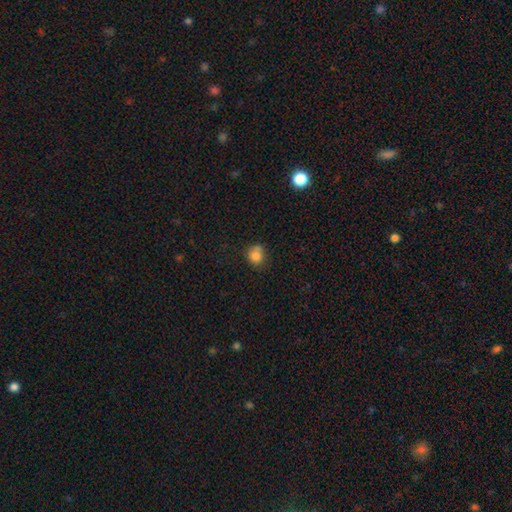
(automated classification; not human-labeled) smooth 81%, star or artifact 11%, featured or disk 8%. Down the decision tree: how rounded — round (78%); merging — none (57%).